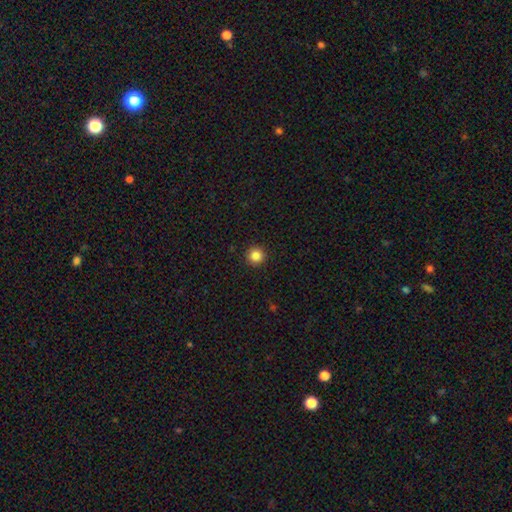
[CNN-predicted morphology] The model was most divided on "smooth or featured": smooth: 85%, star or artifact: 11%, featured or disk: 4%. More confident: how rounded — round (96%); merging — none (94%).